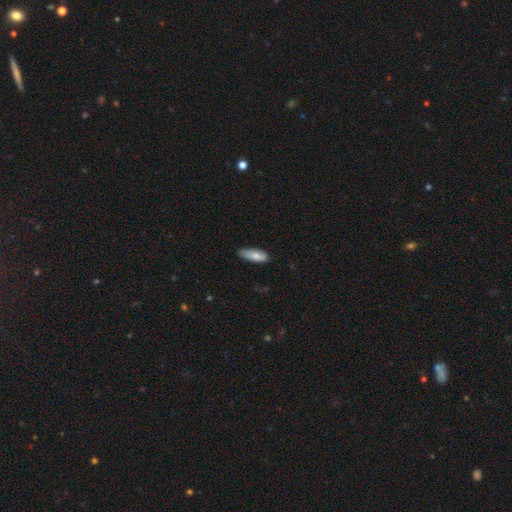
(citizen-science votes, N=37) Q: Smooth or featured?
A: smooth (81%); runner-up: featured or disk (14%)
Q: How rounded?
A: in between (67%); runner-up: cigar-shaped (30%)
Q: Merging?
A: none (66%); runner-up: minor disturbance (23%)